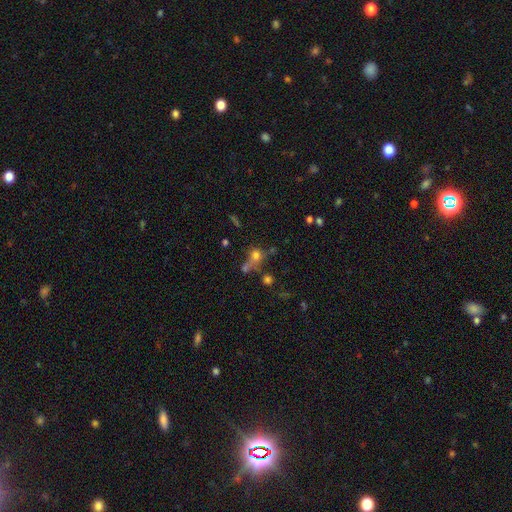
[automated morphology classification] Smooth or featured?
  - smooth: 64% *
  - star or artifact: 20%
  - featured or disk: 16%
How rounded?
  - round: 75% *
  - in between: 22%
  - cigar-shaped: 3%
Merging?
  - none: 44% *
  - merger: 30%
  - minor disturbance: 14%
  - major disturbance: 12%